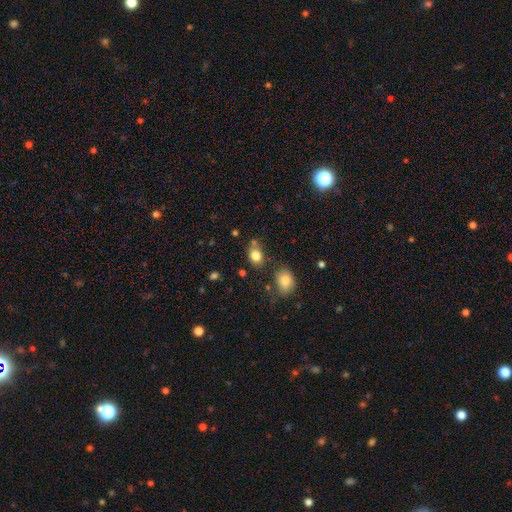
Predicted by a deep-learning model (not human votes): Q: Smooth or featured?
A: smooth (81%); runner-up: star or artifact (11%)
Q: How rounded?
A: in between (60%); runner-up: round (39%)
Q: Merging?
A: none (63%); runner-up: minor disturbance (20%)